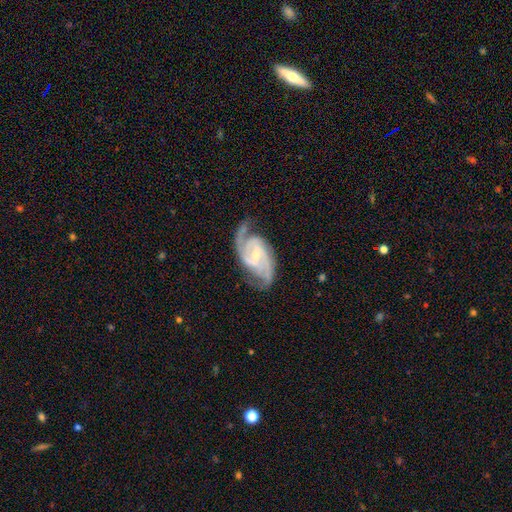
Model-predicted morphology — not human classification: Smooth or featured: featured or disk — 92% (star or artifact — 4%)
Edge-on disk: no — 97% (yes — 3%)
Bar: weak — 49% (no — 26%)
Spiral arms: yes — 98% (no — 2%)
Spiral winding: medium — 53% (tight — 34%)
Spiral arm count: 2 — 82% (3 — 8%)
Bulge size: small — 68% (moderate — 27%)
Merging: none — 74% (minor disturbance — 17%)